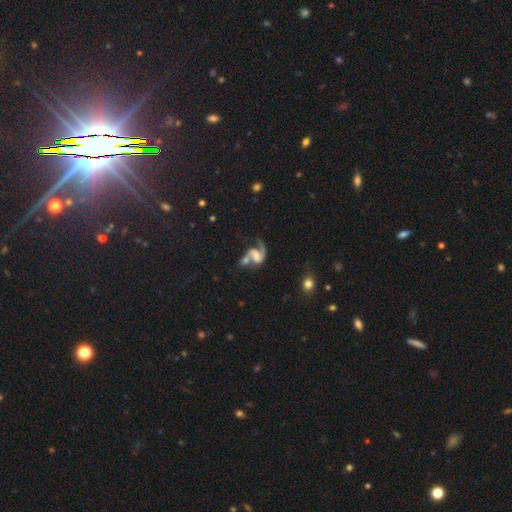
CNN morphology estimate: featured or disk 70%, smooth 20%, star or artifact 10%. Down the decision tree: edge-on disk — no (97%); bar — no (49%); spiral arms — yes (87%); spiral arm count — 2 (50%); spiral winding — loose (53%); bulge size — moderate (28%); merging — merger (46%).